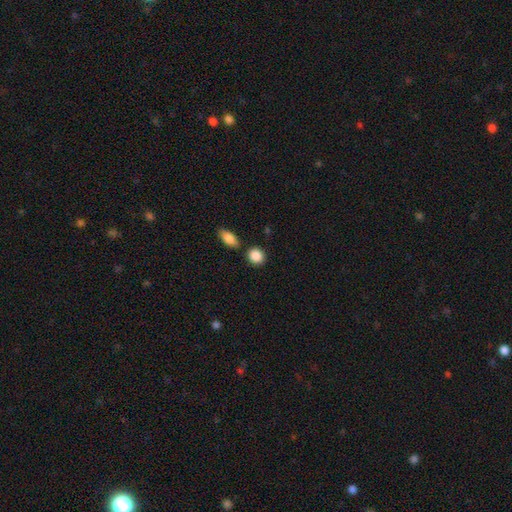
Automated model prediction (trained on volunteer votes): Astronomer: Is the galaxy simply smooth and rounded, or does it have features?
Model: smooth — 88%.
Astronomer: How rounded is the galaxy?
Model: round — 72%.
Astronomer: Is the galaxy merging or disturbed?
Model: none — 79%.